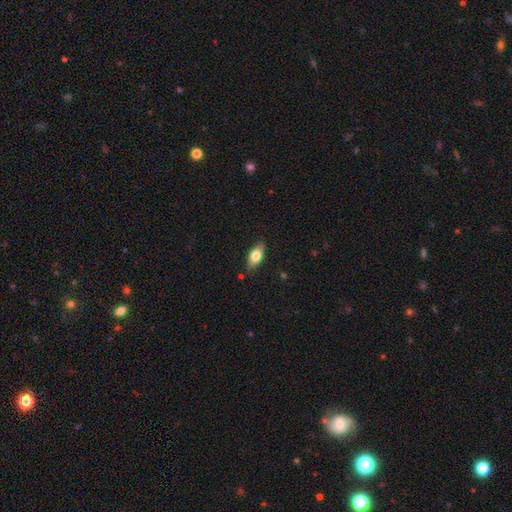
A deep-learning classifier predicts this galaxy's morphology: Q: Smooth or featured?
A: smooth (69%); runner-up: featured or disk (24%)
Q: How rounded?
A: in between (82%); runner-up: cigar-shaped (14%)
Q: Merging?
A: none (84%); runner-up: minor disturbance (13%)